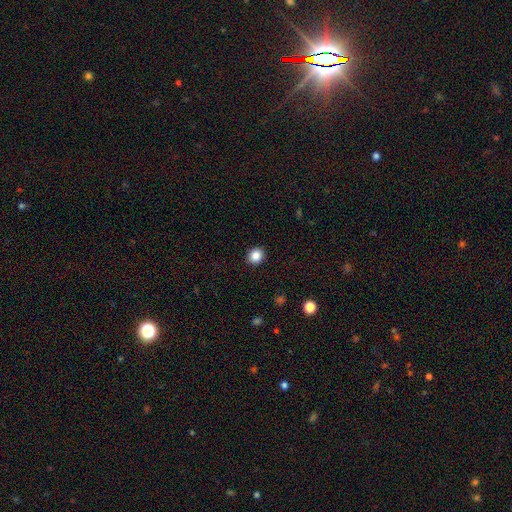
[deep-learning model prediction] A smooth galaxy with no disk features (86%) that is round (82%). Merging: none (92%).